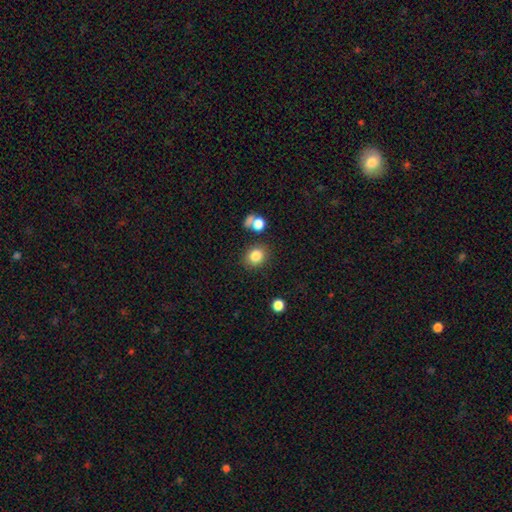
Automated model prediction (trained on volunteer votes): Morphology: type=smooth (83%); roundness=round (66%); merging=none (81%).